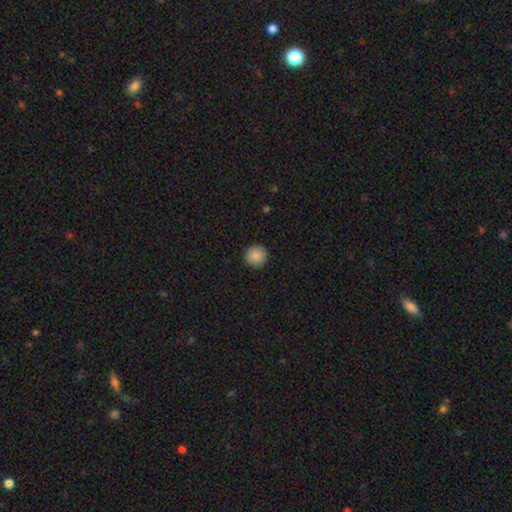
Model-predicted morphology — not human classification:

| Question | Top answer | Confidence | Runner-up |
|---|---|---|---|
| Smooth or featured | smooth | 88% | star or artifact (8%) |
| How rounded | round | 95% | in between (4%) |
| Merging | none | 91% | minor disturbance (6%) |